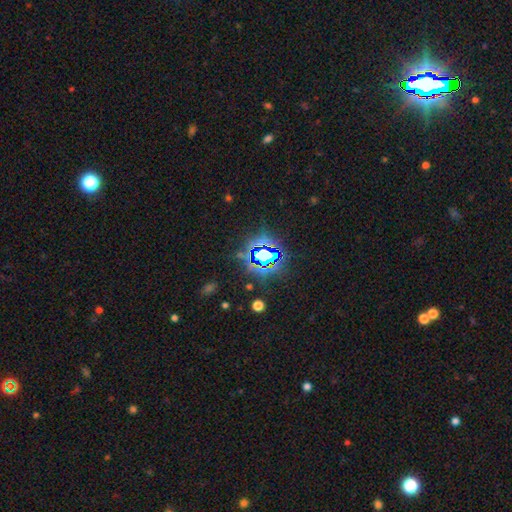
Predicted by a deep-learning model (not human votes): Q: Smooth or featured?
A: star or artifact (79%); runner-up: smooth (13%)